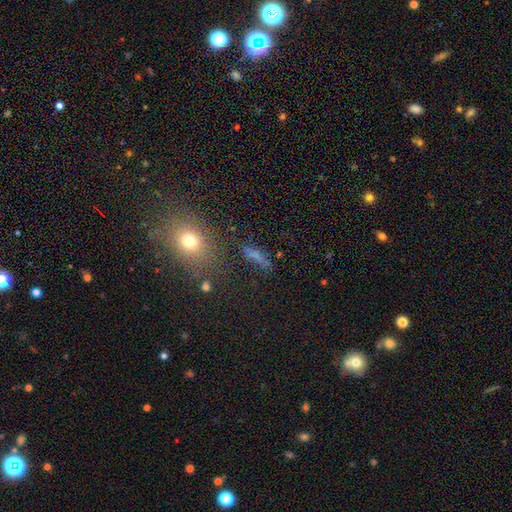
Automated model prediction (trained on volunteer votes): Overall: smooth (55%; star or artifact 25%). How rounded: cigar-shaped (66%). Merging: none (70%).